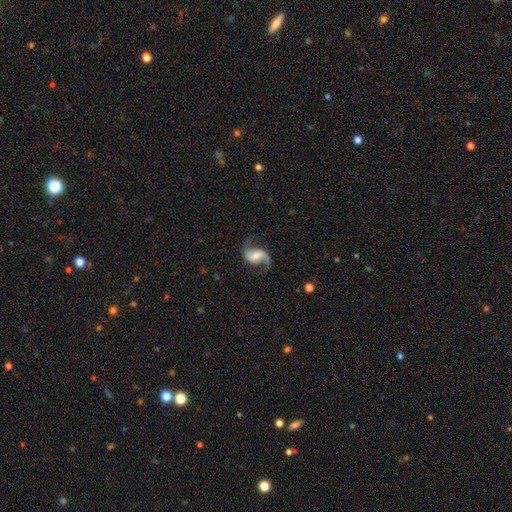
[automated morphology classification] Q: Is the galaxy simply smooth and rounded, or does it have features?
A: featured or disk — 89%.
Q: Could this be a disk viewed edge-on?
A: no — 98%.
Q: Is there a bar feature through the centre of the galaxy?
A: weak — 43%.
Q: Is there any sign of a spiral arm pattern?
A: yes — 97%.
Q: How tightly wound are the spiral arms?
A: loose — 59%.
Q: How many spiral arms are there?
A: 2 — 92%.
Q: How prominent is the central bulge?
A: small — 44%.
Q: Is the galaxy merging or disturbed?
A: none — 77%.